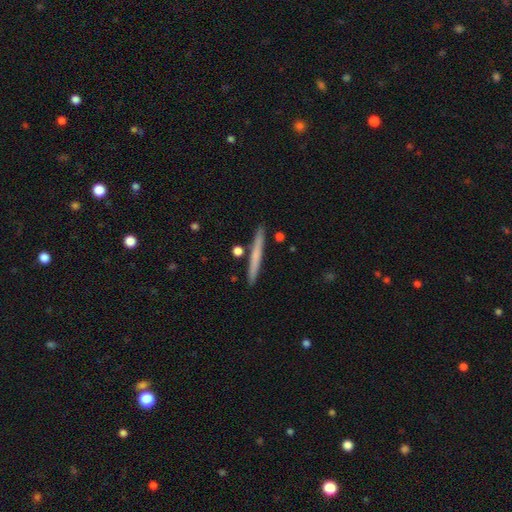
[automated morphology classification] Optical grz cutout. It shows a smooth galaxy with no disk features (60%) that is cigar-shaped (97%). Merging: none (89%).